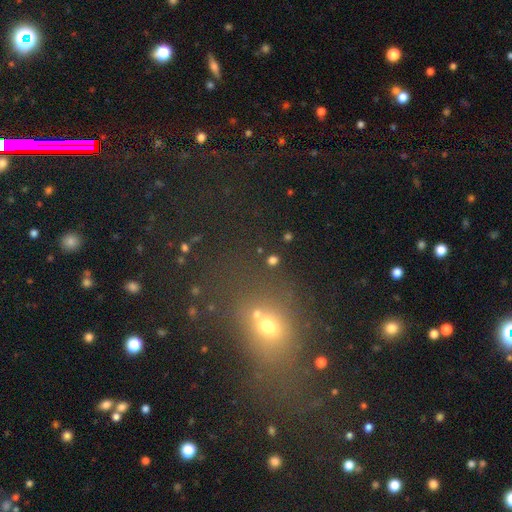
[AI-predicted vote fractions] Q: Smooth or featured?
A: smooth (50%); runner-up: star or artifact (37%)
Q: Merging?
A: none (67%); runner-up: minor disturbance (15%)